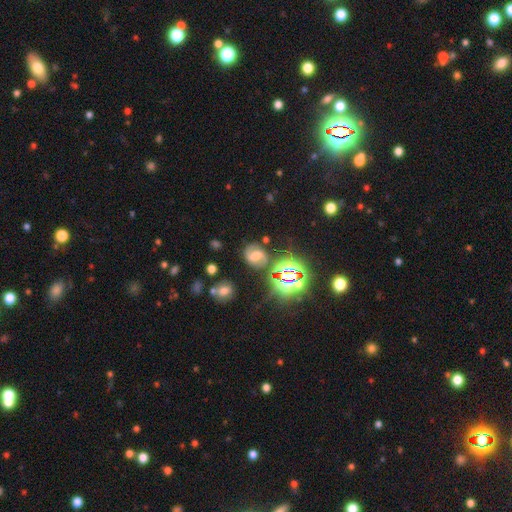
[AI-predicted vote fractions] Smooth or featured? featured or disk (54%)
Edge-on disk? no (96%)
Bar? strong (44%)
Spiral arms? yes (84%)
Bulge size? moderate (39%)
Merging? none (71%)